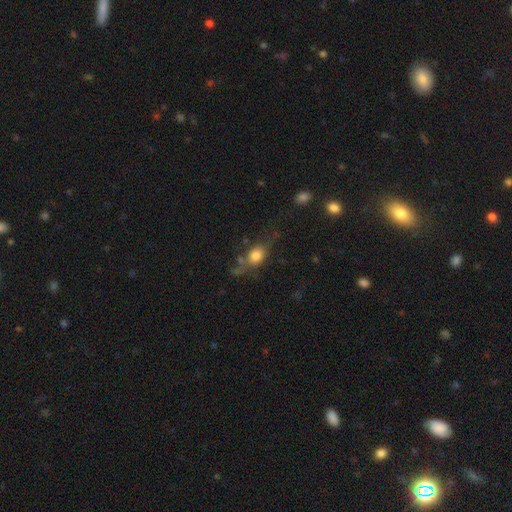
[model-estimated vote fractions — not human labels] This is likely a smooth galaxy (72%). How rounded: possibly in between (58%). Merging: possibly none (49%).